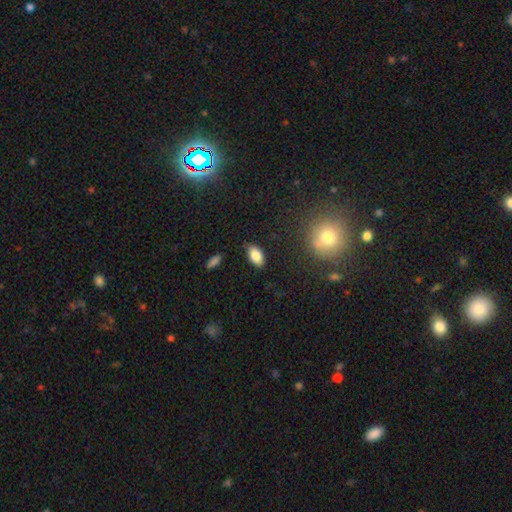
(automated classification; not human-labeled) Smooth or featured: smooth — 83% (featured or disk — 9%)
How rounded: in between — 93% (round — 4%)
Merging: none — 83% (minor disturbance — 13%)